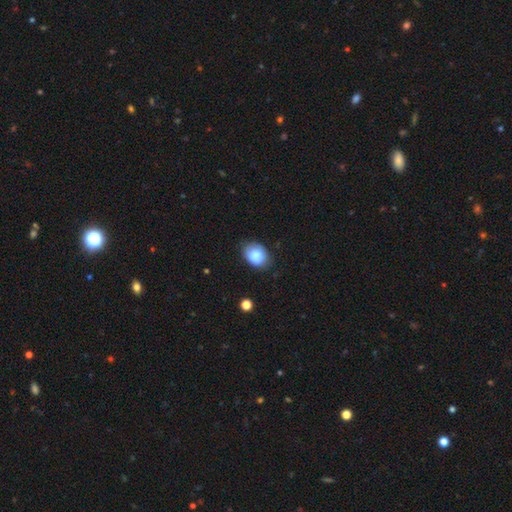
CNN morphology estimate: Smooth or featured: smooth — 82% (featured or disk — 10%)
How rounded: in between — 70% (round — 29%)
Merging: none — 69% (minor disturbance — 24%)